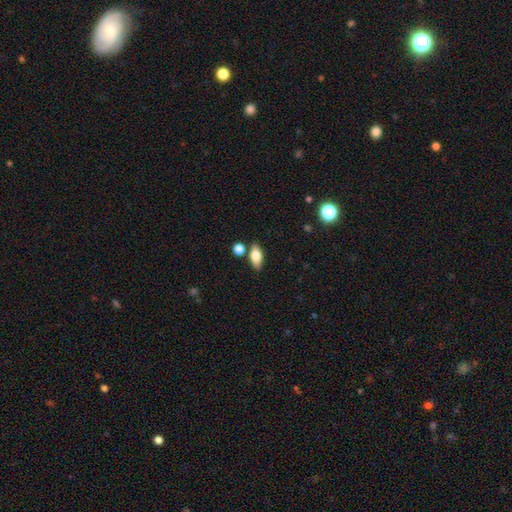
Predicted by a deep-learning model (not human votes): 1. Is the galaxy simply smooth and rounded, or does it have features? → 76% smooth, 16% featured or disk, 8% star or artifact.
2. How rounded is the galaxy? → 85% in between, 9% cigar-shaped, 5% round.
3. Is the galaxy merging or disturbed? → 78% none, 11% minor disturbance, 8% merger, 3% major disturbance.